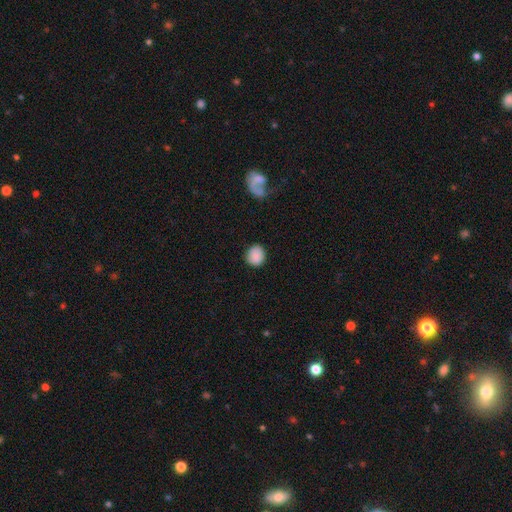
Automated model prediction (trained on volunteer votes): A smooth galaxy with no disk features (87%) that is round (77%).

Vote fractions:
- Smooth or featured? smooth: 87% / star or artifact: 8% / featured or disk: 5%
- How rounded? round: 77% / in between: 22% / cigar-shaped: 1%
- Merging? none: 85% / minor disturbance: 10% / major disturbance: 3% / merger: 2%